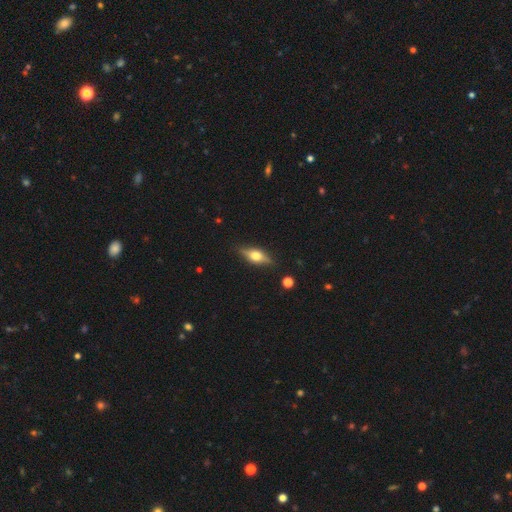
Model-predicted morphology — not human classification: type=featured or disk (56%); edge-on=yes (92%); edge-on bulge=rounded (93%); merging=none (85%).